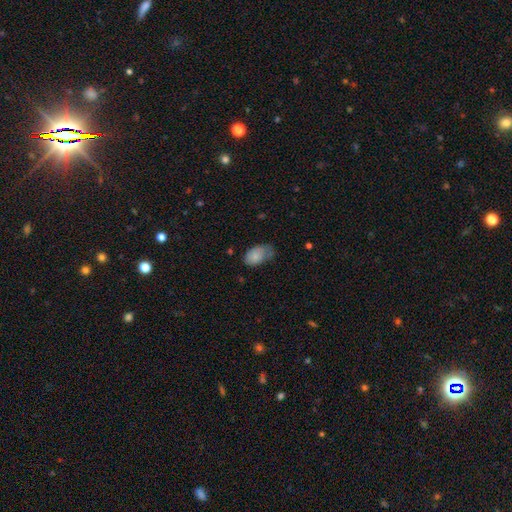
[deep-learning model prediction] Smooth or featured?
  - smooth: 81% *
  - featured or disk: 11%
  - star or artifact: 8%
How rounded?
  - in between: 91% *
  - round: 7%
  - cigar-shaped: 1%
Merging?
  - none: 44% *
  - minor disturbance: 39%
  - major disturbance: 13%
  - merger: 4%